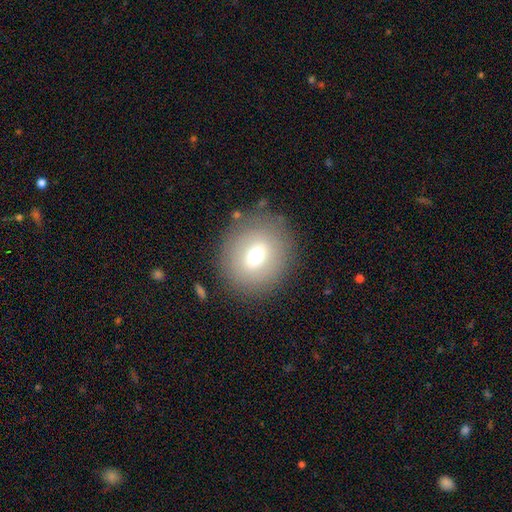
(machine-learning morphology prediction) Overall: smooth (64%; featured or disk 25%). How rounded: round (78%). Merging: none (84%).